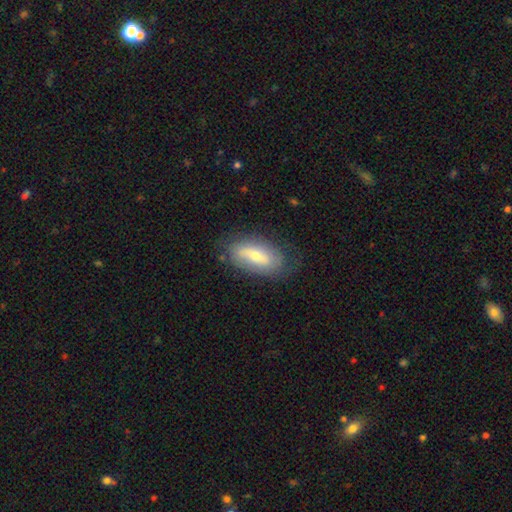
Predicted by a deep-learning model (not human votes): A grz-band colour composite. It shows a smooth galaxy with no disk features (46%, tied with featured or disk). Merging: none (74%).